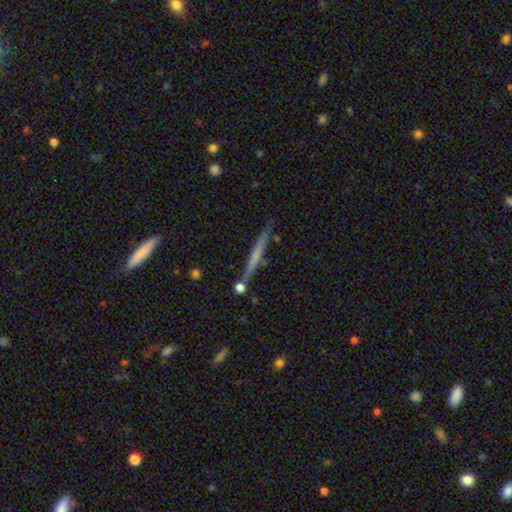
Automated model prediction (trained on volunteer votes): Smooth or featured? featured or disk (57%)
Edge-on disk? yes (97%)
Edge-on bulge? none (60%)
Merging? none (84%)